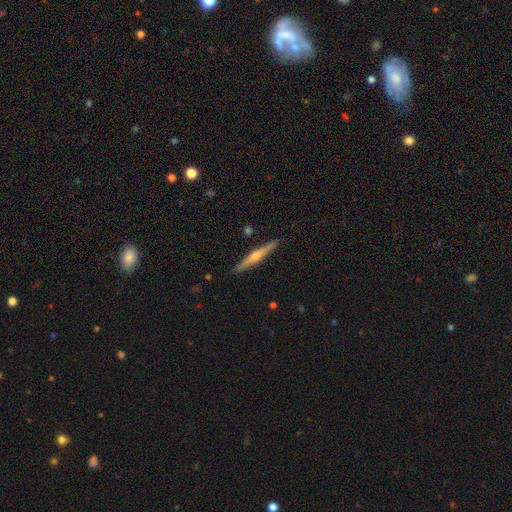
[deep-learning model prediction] This appears to be a featured or disk galaxy (68%) viewed edge-on (98%) with a rounded central bulge (84%). Merging: none (90%).